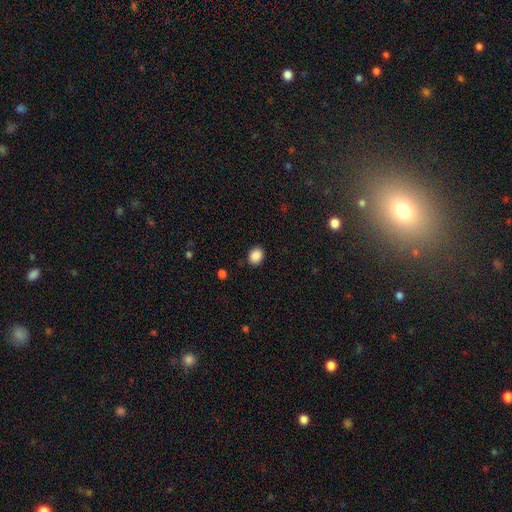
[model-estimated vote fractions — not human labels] smooth-or-featured: smooth: 88% | star or artifact: 9% | featured or disk: 3%
  how-rounded: round: 57% | in between: 42% | cigar-shaped: 1%
  merging: none: 89% | minor disturbance: 8% | major disturbance: 2% | merger: 1%